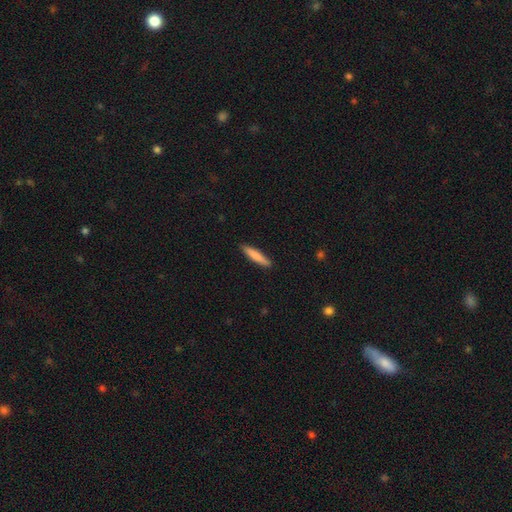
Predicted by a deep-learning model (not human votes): Smooth or featured? Predicted: smooth (p=0.80). How rounded? Predicted: cigar-shaped (p=0.89). Merging? Predicted: none (p=0.89).